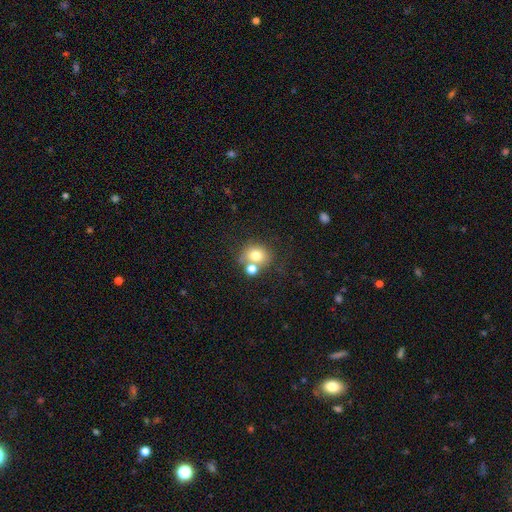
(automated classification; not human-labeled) smooth 74%, featured or disk 13%, star or artifact 13%. Down the decision tree: how rounded — round (72%); merging — none (53%).